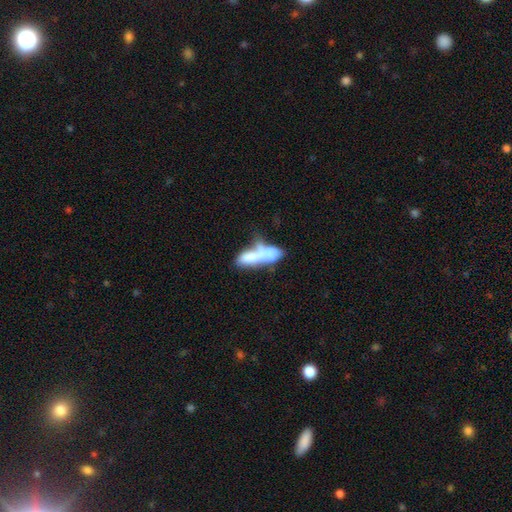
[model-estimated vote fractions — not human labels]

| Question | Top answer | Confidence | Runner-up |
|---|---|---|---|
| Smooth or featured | smooth | 63% | featured or disk (29%) |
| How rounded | in between | 58% | cigar-shaped (39%) |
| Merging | merger | 62% | none (15%) |